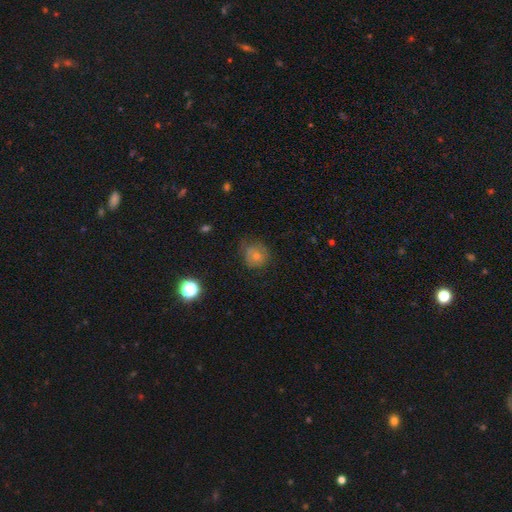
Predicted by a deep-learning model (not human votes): A smooth galaxy with no disk features (66%) that is round (81%).

Vote fractions:
- Smooth or featured? smooth: 66% / featured or disk: 22% / star or artifact: 12%
- How rounded? round: 81% / in between: 18% / cigar-shaped: 1%
- Merging? none: 58% / minor disturbance: 28% / major disturbance: 13% / merger: 2%